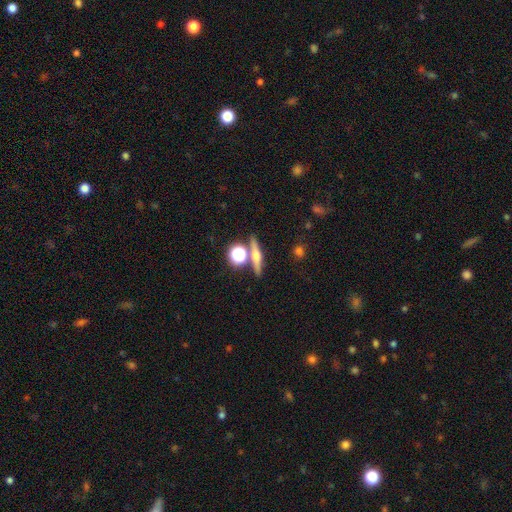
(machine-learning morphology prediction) Smooth or featured? Predicted: featured or disk (p=0.54). Edge-on disk? Predicted: yes (p=0.93). Edge-on bulge? Predicted: rounded (p=0.87). Merging? Predicted: none (p=0.78).